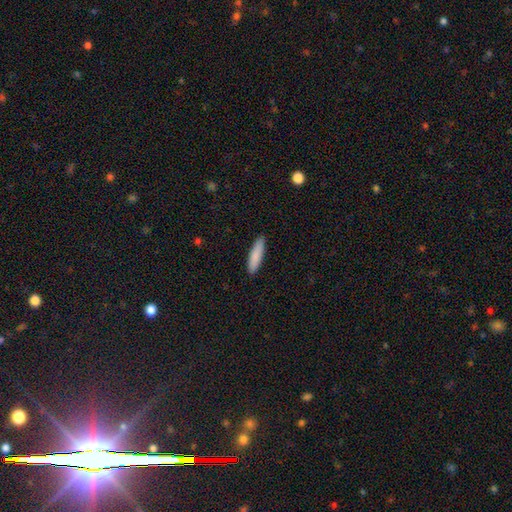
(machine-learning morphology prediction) A smooth galaxy with no disk features (87%) that is cigar-shaped (78%). Merging: none (90%).